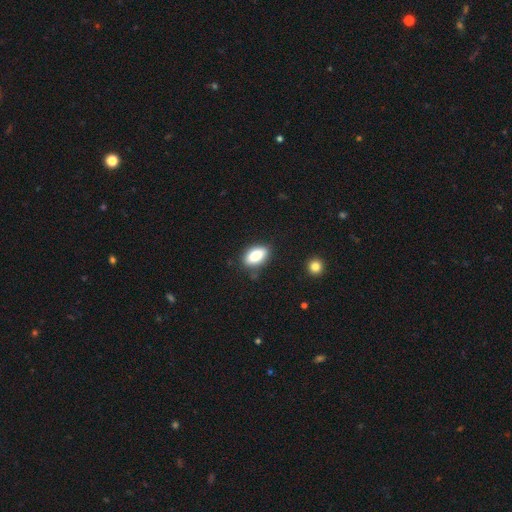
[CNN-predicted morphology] A smooth galaxy with no disk features (82%) that is in between round and cigar-shaped (89%). Merging: none (82%).